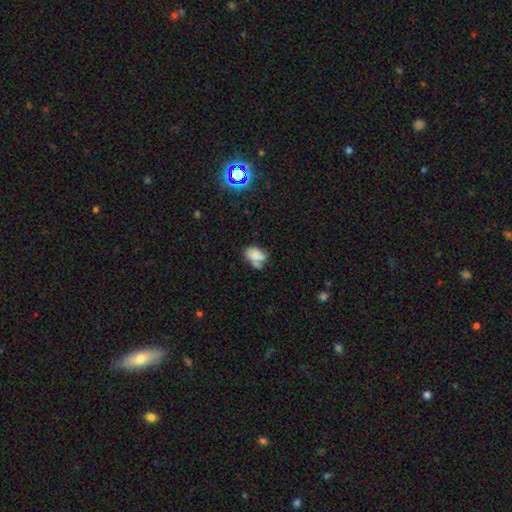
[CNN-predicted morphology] smooth-or-featured: smooth: 72% | featured or disk: 16% | star or artifact: 12%
  how-rounded: in between: 84% | round: 14% | cigar-shaped: 2%
  merging: none: 33% | merger: 31% | minor disturbance: 23% | major disturbance: 13%